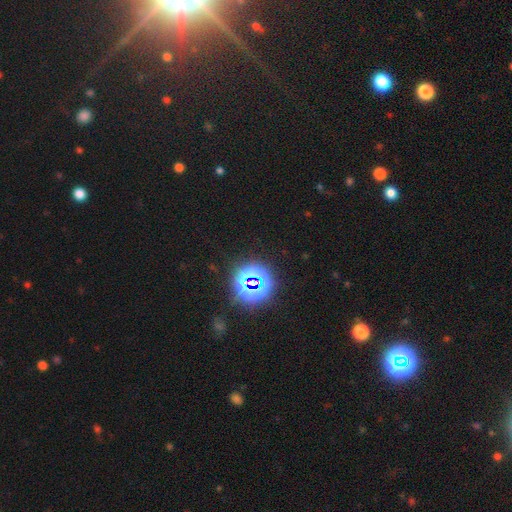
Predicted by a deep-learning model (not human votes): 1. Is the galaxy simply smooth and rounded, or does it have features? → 80% star or artifact, 13% smooth, 7% featured or disk.